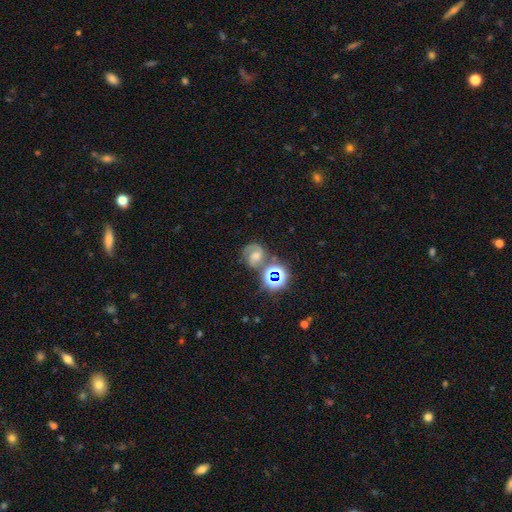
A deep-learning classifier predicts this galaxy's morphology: smooth_or_featured: featured or disk (p=0.58) [alt: star or artifact p=0.24]
disk_edge_on: no (p=0.97) [alt: yes p=0.03]
bar: no (p=0.48) [alt: weak p=0.37]
has_spiral_arms: yes (p=0.90) [alt: no p=0.10]
spiral_winding: medium (p=0.49) [alt: tight p=0.36]
spiral_arm_count: 2 (p=0.77) [alt: 1 p=0.09]
bulge_size: moderate (p=0.57) [alt: small p=0.25]
merging: none (p=0.63) [alt: minor disturbance p=0.15]